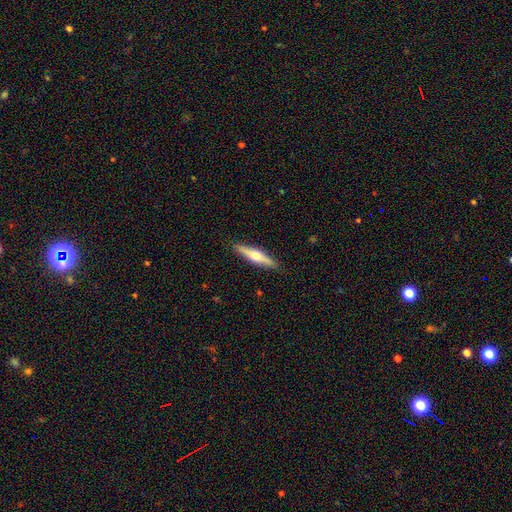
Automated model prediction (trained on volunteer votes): Smooth or featured: featured or disk — 58% (smooth — 37%)
Edge-on disk: yes — 95% (no — 5%)
Edge-on bulge: rounded — 92% (none — 4%)
Merging: none — 90% (minor disturbance — 8%)